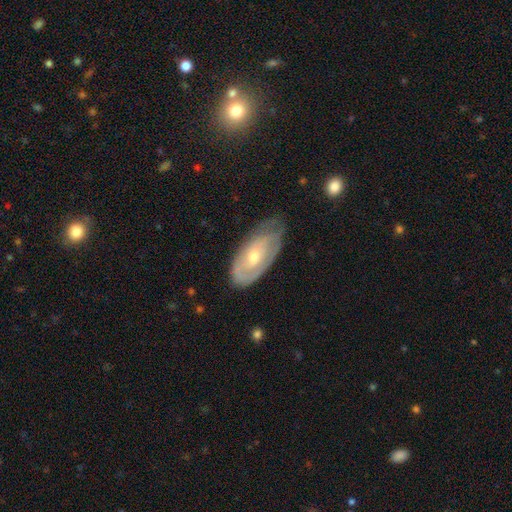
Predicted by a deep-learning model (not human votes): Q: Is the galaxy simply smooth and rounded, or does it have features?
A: featured or disk — 72%.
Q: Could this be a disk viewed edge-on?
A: no — 90%.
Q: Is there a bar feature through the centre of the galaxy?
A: no — 71%.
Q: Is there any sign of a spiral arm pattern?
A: yes — 74%.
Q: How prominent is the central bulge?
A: moderate — 49%.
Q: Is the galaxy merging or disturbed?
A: none — 72%.